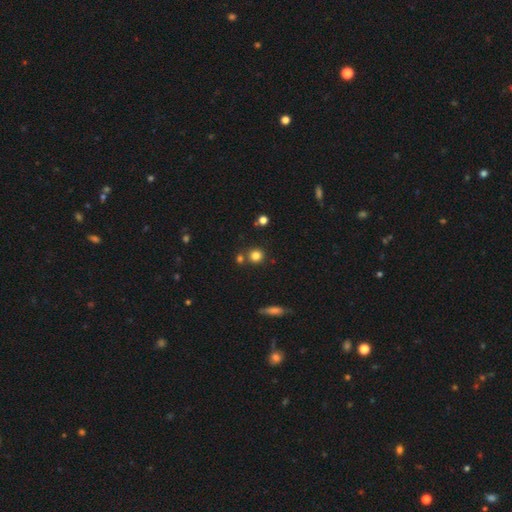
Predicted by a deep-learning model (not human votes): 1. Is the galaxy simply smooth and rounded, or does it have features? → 81% smooth, 13% star or artifact, 6% featured or disk.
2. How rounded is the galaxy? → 89% round, 10% in between, 1% cigar-shaped.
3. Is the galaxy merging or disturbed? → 75% none, 14% merger, 8% minor disturbance, 3% major disturbance.